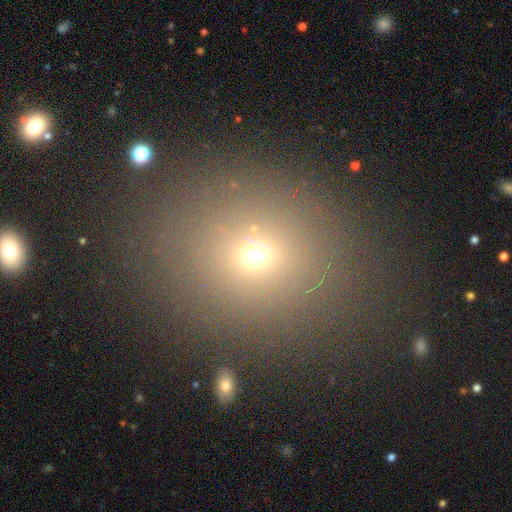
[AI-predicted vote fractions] smooth 65%, star or artifact 24%, featured or disk 11%. Down the decision tree: how rounded — round (75%); merging — none (82%).